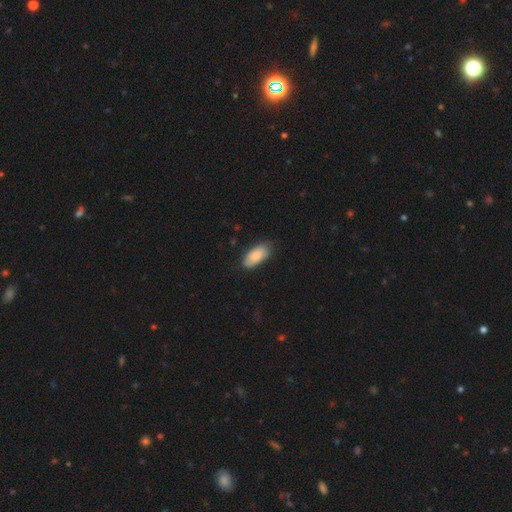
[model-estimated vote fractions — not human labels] smooth-or-featured: smooth: 83% | featured or disk: 11% | star or artifact: 6%
  how-rounded: in between: 92% | cigar-shaped: 6% | round: 2%
  merging: none: 73% | minor disturbance: 22% | major disturbance: 4% | merger: 1%